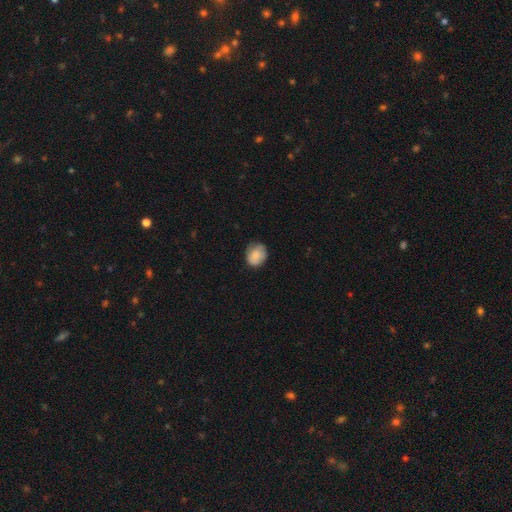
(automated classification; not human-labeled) Morphology: type=smooth (81%); roundness=round (65%); merging=none (74%).